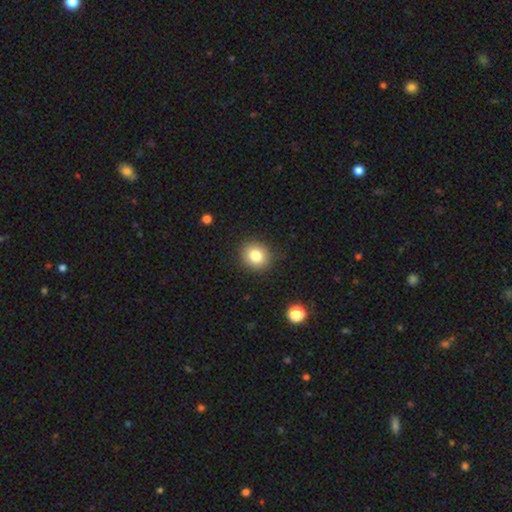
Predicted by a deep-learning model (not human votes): Overall: smooth (82%). How rounded: round (75%). Merging: none (87%).